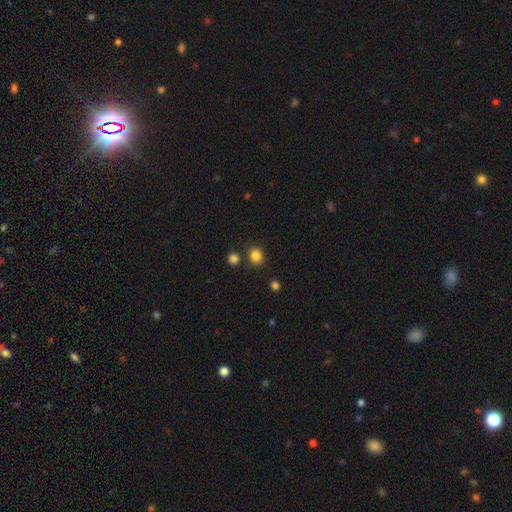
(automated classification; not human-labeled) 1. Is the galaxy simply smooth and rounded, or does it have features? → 84% smooth, 12% star or artifact, 4% featured or disk.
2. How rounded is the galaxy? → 79% round, 20% in between, 1% cigar-shaped.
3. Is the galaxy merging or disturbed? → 82% none, 8% minor disturbance, 7% merger, 3% major disturbance.